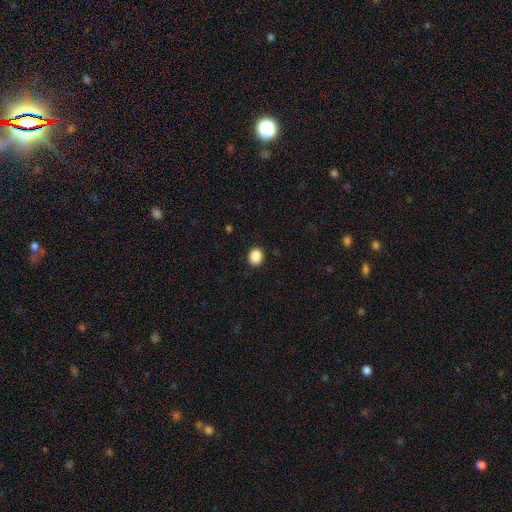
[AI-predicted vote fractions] smooth-or-featured: smooth: 88% | star or artifact: 9% | featured or disk: 3%
  how-rounded: round: 60% | in between: 39% | cigar-shaped: 1%
  merging: none: 90% | minor disturbance: 7% | major disturbance: 2% | merger: 1%